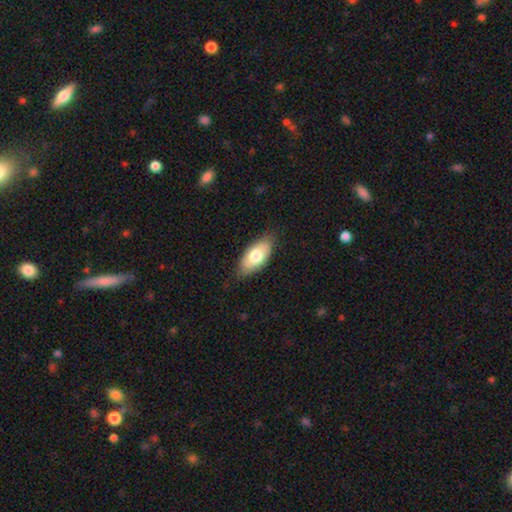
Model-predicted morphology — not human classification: Smooth or featured?
  - smooth: 71% *
  - featured or disk: 23%
  - star or artifact: 6%
How rounded?
  - in between: 91% *
  - cigar-shaped: 6%
  - round: 3%
Merging?
  - none: 80% *
  - minor disturbance: 16%
  - major disturbance: 3%
  - merger: 1%